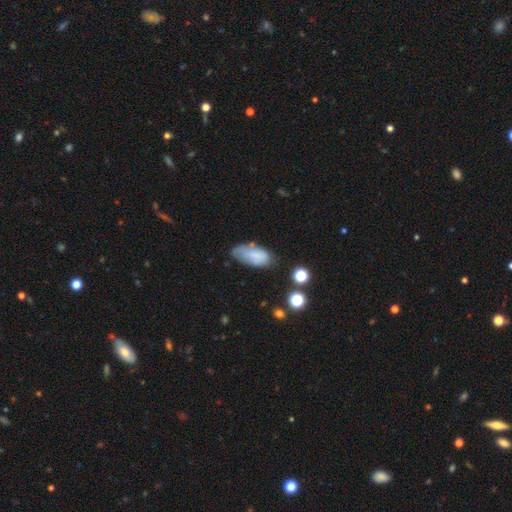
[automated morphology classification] The model was most divided on "merging": none: 52%, minor disturbance: 32%, major disturbance: 11%, merger: 5%. More confident: how rounded — in between (90%); smooth or featured — smooth (72%).